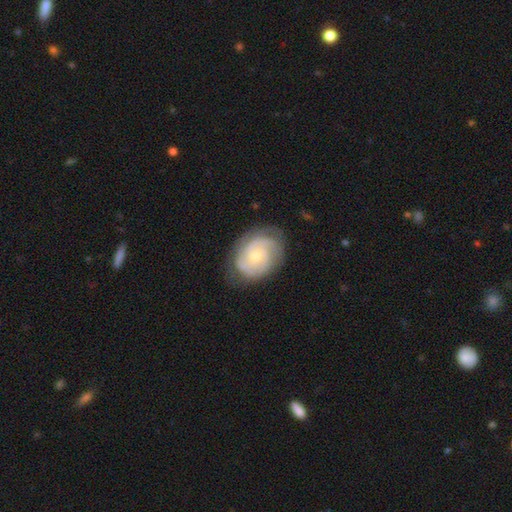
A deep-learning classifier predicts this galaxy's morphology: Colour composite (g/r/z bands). It shows a featured or disk galaxy (82%) with no bar (74%), 3 (29%, tied with 2) tight (67%) spiral arms (95%) and a small central bulge (61%). Merging: none (73%).